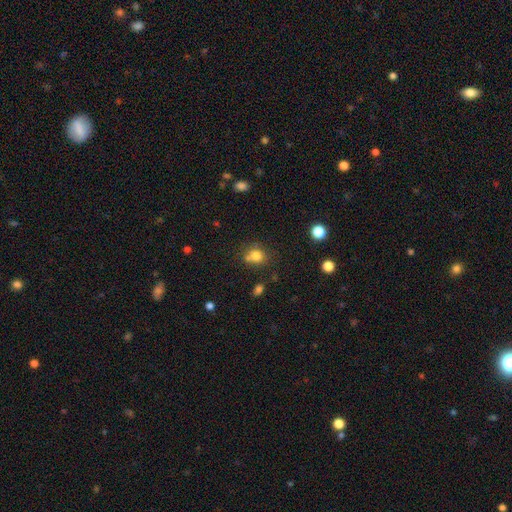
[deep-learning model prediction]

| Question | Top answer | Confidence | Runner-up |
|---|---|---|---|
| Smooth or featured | smooth | 76% | star or artifact (14%) |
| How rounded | round | 72% | in between (27%) |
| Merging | none | 55% | merger (27%) |